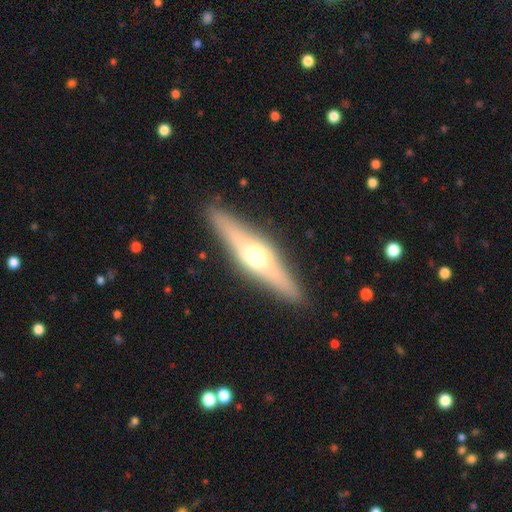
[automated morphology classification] The model was most divided on "smooth or featured": featured or disk: 58%, smooth: 35%, star or artifact: 6%. More confident: edge-on bulge — rounded (92%); edge-on disk — yes (90%); merging — none (89%).